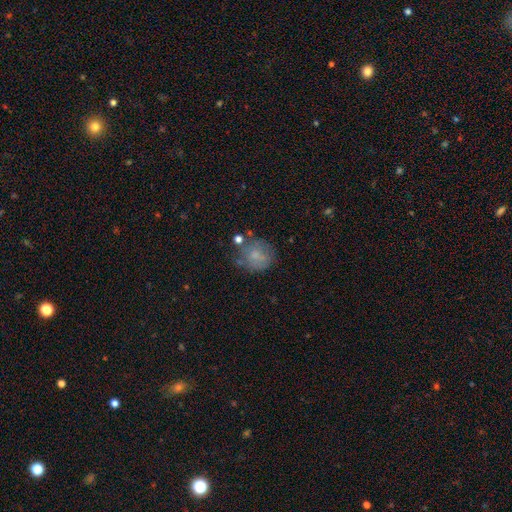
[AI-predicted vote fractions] Smooth or featured? smooth (70%)
How rounded? round (82%)
Merging? none (61%)